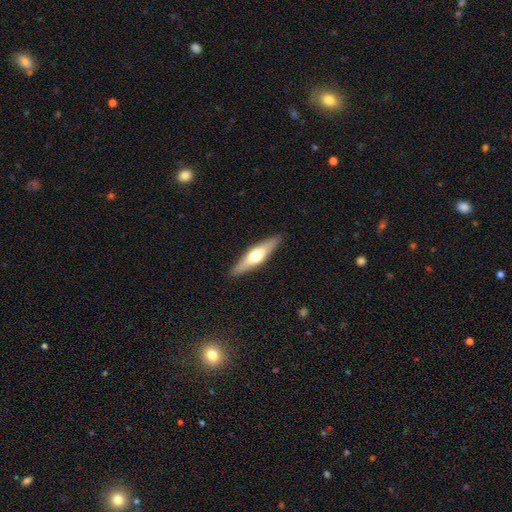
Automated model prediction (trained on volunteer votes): This is possibly a featured or disk galaxy (51%). It is clearly viewed edge-on (91%). Merging: clearly none (90%).